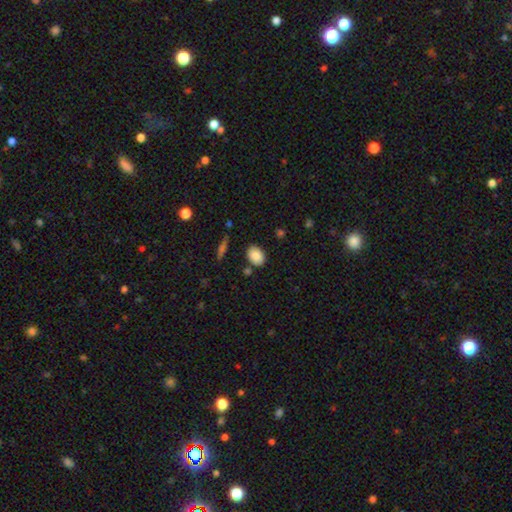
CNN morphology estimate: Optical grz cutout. It shows a smooth galaxy with no disk features (87%) that is in between round and cigar-shaped (80%). Merging: none (79%).